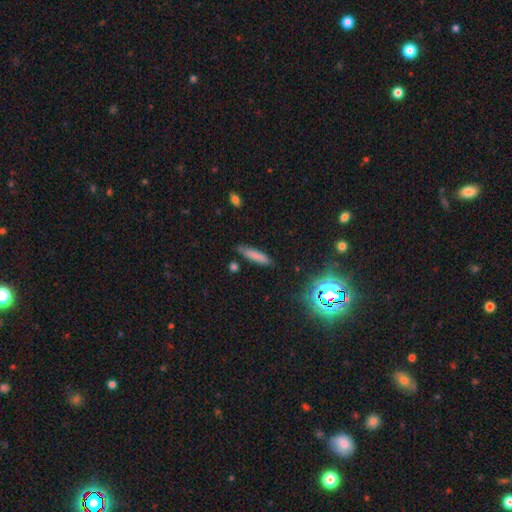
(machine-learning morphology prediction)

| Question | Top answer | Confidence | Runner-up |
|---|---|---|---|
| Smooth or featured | smooth | 77% | featured or disk (12%) |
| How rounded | cigar-shaped | 80% | in between (18%) |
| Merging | none | 80% | minor disturbance (14%) |